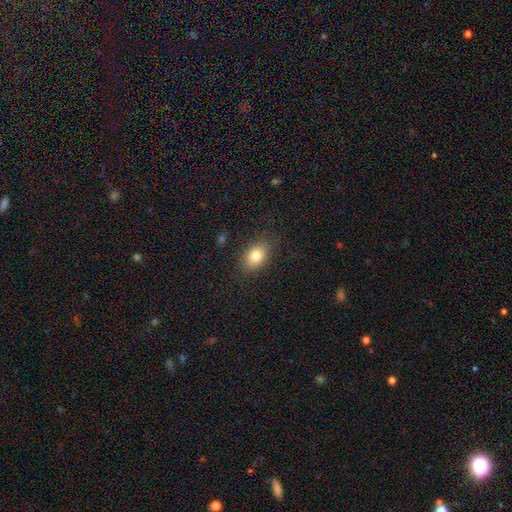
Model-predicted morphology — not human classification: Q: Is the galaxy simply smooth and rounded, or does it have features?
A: smooth — 82%.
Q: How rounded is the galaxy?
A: in between — 83%.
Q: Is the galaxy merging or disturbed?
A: none — 83%.